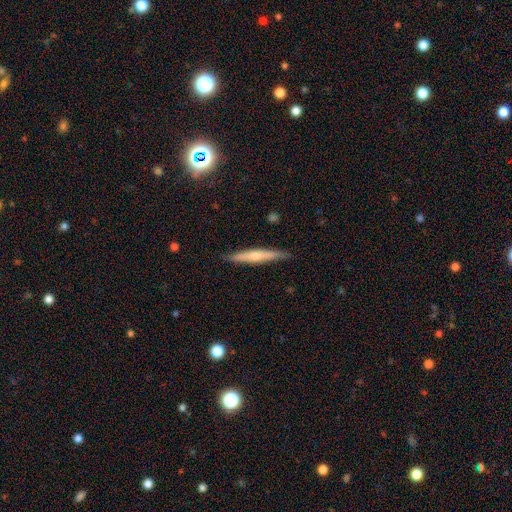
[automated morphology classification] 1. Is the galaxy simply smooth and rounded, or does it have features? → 50% featured or disk, 44% smooth, 6% star or artifact.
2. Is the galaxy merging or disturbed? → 88% none, 9% minor disturbance, 2% major disturbance, 1% merger.